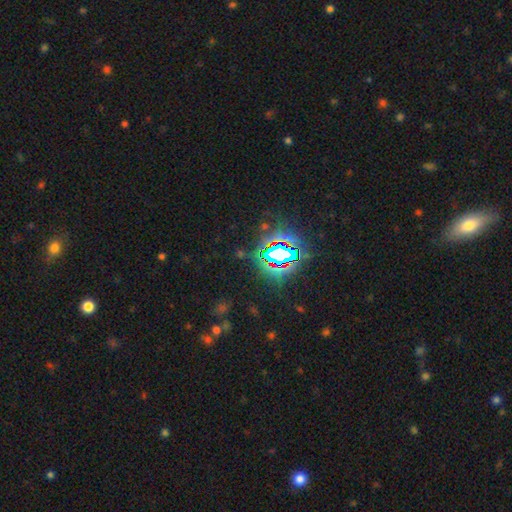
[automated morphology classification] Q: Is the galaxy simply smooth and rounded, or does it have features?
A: star or artifact — 81%.